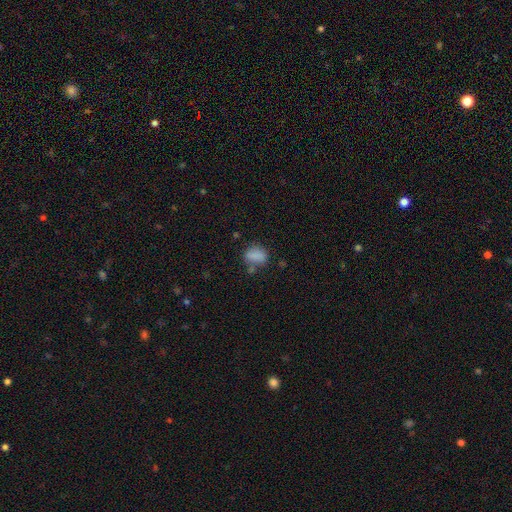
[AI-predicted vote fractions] smooth-or-featured: smooth: 81% | star or artifact: 11% | featured or disk: 8%
  how-rounded: in between: 72% | round: 25% | cigar-shaped: 3%
  merging: none: 59% | minor disturbance: 23% | merger: 10% | major disturbance: 9%